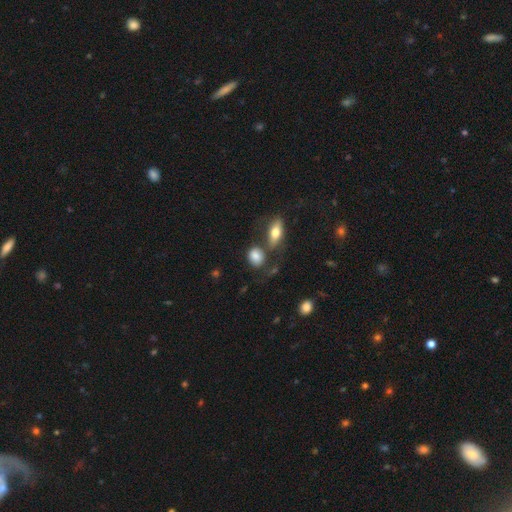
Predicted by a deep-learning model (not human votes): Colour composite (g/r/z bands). It shows a smooth galaxy with no disk features (82%) that is in between round and cigar-shaped (53%). Merging: none (57%).